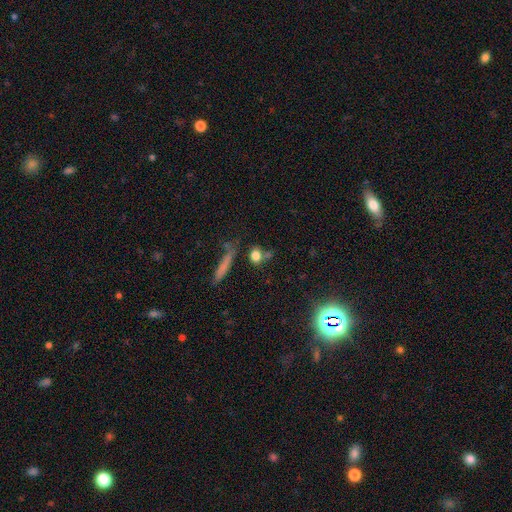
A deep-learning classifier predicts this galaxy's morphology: This appears to be a smooth galaxy with no disk features (78%) that is round (58%). Merging: none (62%).